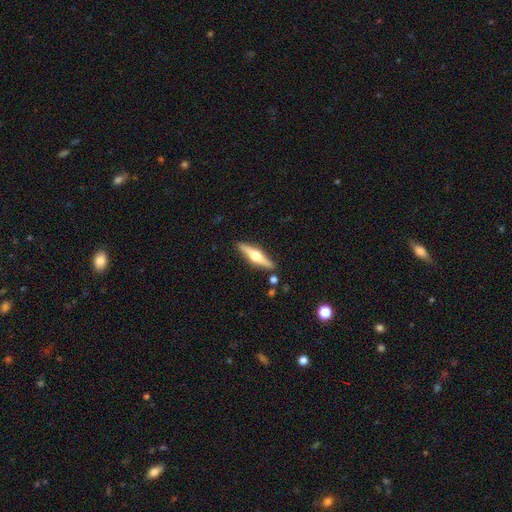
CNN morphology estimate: featured or disk 70%, smooth 24%, star or artifact 5%. Down the decision tree: edge-on disk — yes (97%); edge-on bulge — rounded (95%); merging — none (87%).